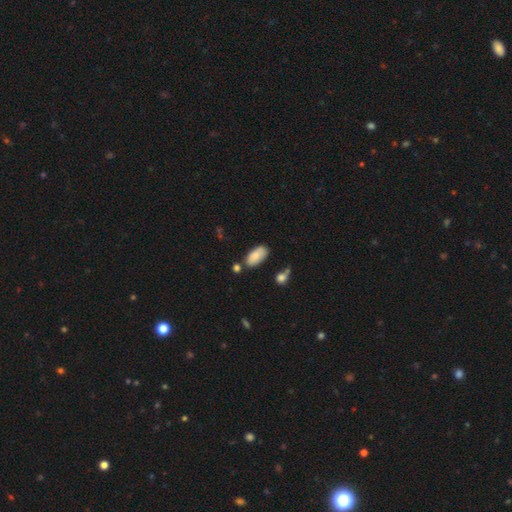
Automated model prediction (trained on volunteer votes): Overall: smooth (84%). How rounded: in between (93%). Merging: none (72%).